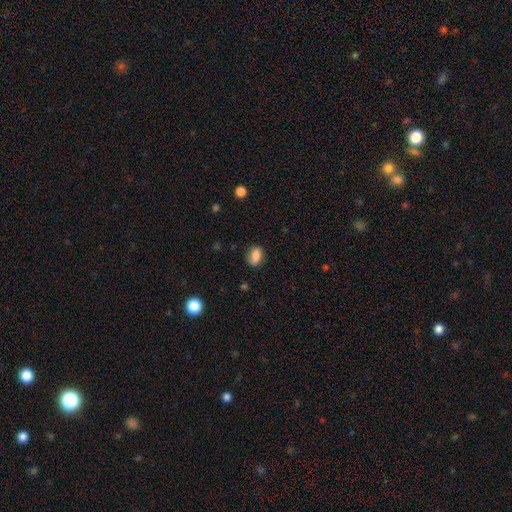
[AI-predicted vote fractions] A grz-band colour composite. It shows a smooth galaxy with no disk features (81%) that is in between round and cigar-shaped (74%). Merging: none (81%).